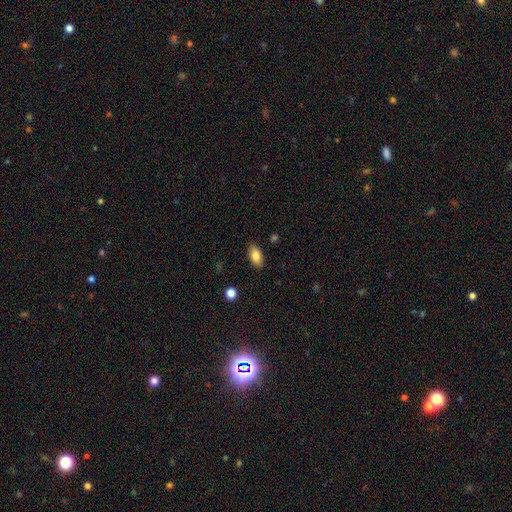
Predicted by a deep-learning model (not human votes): Smooth or featured? smooth (83%)
How rounded? in between (92%)
Merging? none (87%)